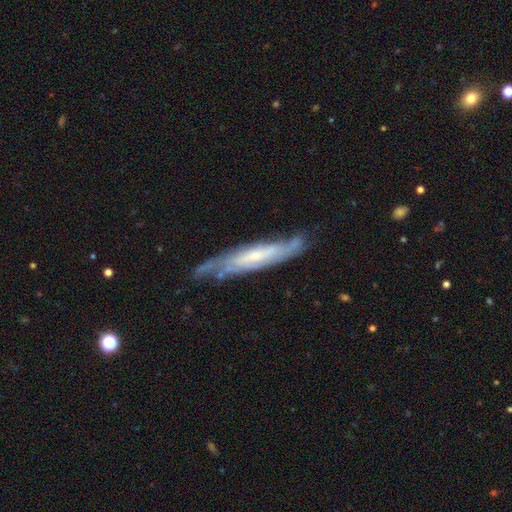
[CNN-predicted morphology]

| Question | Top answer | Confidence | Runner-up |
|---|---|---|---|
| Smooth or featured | featured or disk | 73% | smooth (21%) |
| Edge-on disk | yes | 50% | tied: no (50%) |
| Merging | none | 64% | minor disturbance (25%) |